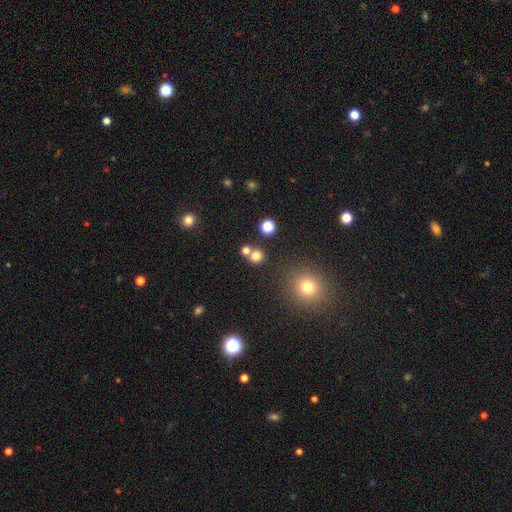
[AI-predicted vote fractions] A smooth galaxy with no disk features (76%) that is round (86%).

Vote fractions:
- Smooth or featured? smooth: 76% / star or artifact: 17% / featured or disk: 8%
- How rounded? round: 86% / in between: 13% / cigar-shaped: 1%
- Merging? none: 60% / merger: 30% / minor disturbance: 7% / major disturbance: 3%